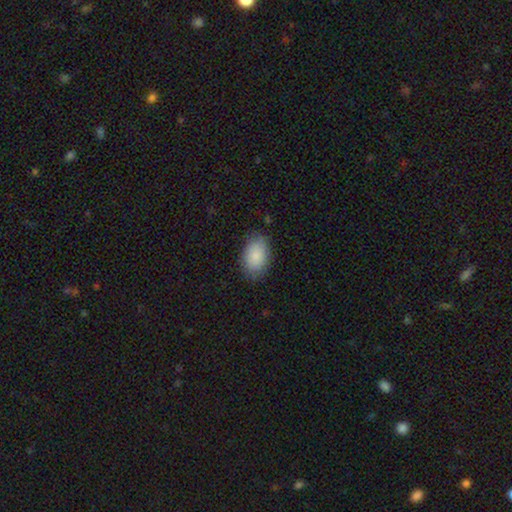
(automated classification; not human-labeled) Q: Smooth or featured?
A: smooth (87%); runner-up: star or artifact (6%)
Q: How rounded?
A: in between (87%); runner-up: round (11%)
Q: Merging?
A: none (77%); runner-up: minor disturbance (17%)